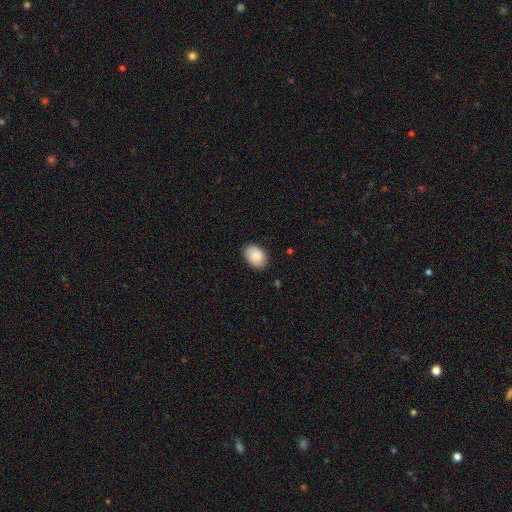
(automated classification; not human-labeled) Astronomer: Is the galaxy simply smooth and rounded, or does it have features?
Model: smooth — 83%.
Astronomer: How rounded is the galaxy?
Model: in between — 82%.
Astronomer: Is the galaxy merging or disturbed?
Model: none — 84%.